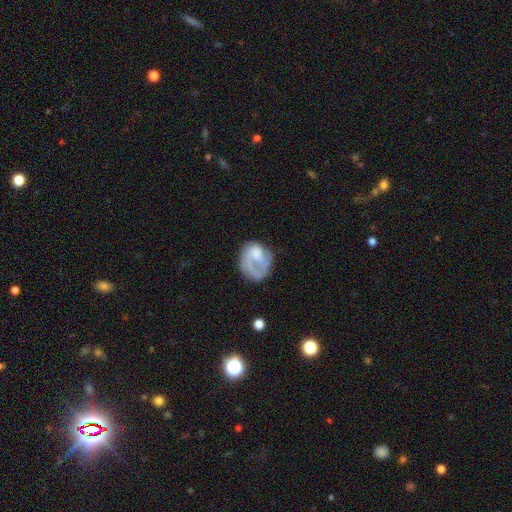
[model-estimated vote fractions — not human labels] A featured or disk galaxy (53%) with no bar (74%), spiral arms (62%) and no central bulge (39%).

Vote fractions:
- Smooth or featured? featured or disk: 53% / smooth: 40% / star or artifact: 7%
- Edge-on disk? no: 98% / yes: 2%
- Bar? no: 74% / weak: 21% / strong: 4%
- Spiral arms? yes: 62% / no: 38%
- Bulge size? none: 39% / moderate: 27% / small: 18% / large: 14% / dominant: 3%
- Merging? none: 43% / major disturbance: 29% / minor disturbance: 24% / merger: 3%